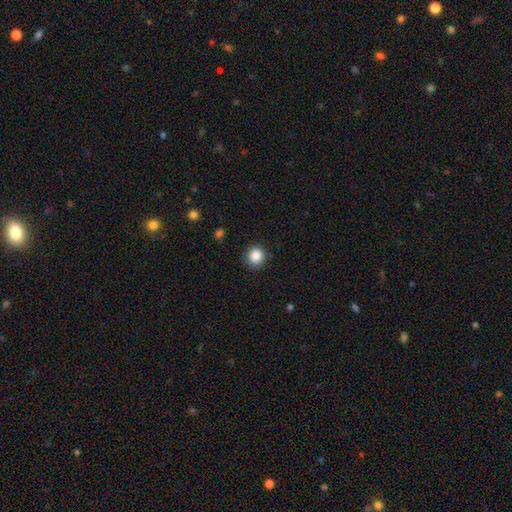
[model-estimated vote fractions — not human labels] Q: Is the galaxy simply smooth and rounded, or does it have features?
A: smooth — 87%.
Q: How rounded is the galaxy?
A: round — 91%.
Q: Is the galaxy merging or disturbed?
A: none — 89%.